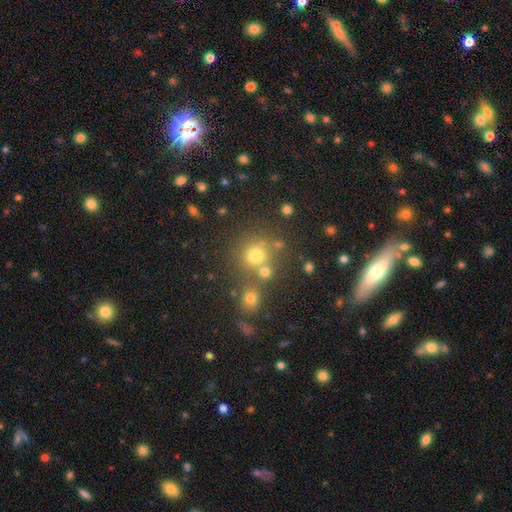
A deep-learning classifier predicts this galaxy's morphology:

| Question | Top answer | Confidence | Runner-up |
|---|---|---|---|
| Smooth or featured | smooth | 69% | star or artifact (21%) |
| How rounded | round | 89% | in between (10%) |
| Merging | none | 65% | merger (21%) |